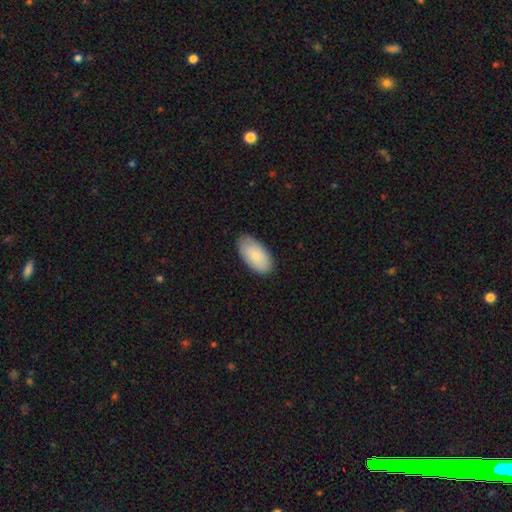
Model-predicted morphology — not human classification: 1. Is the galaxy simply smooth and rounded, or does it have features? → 87% smooth, 8% featured or disk, 5% star or artifact.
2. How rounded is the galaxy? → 96% in between, 2% cigar-shaped, 2% round.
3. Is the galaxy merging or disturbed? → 84% none, 12% minor disturbance, 2% major disturbance, 1% merger.